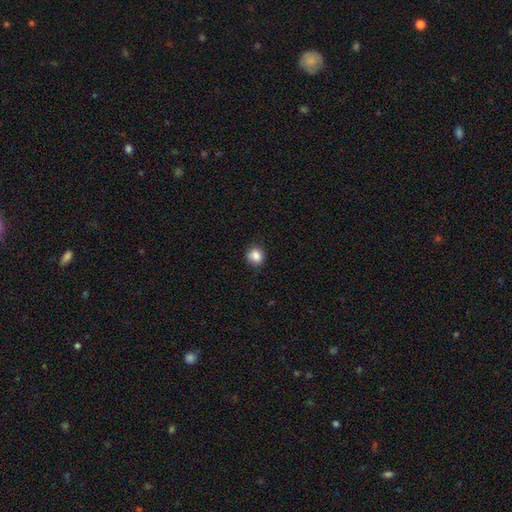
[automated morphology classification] The model was most divided on "how rounded": round: 76%, in between: 23%, cigar-shaped: 1%. More confident: smooth or featured — smooth (86%); merging — none (80%).